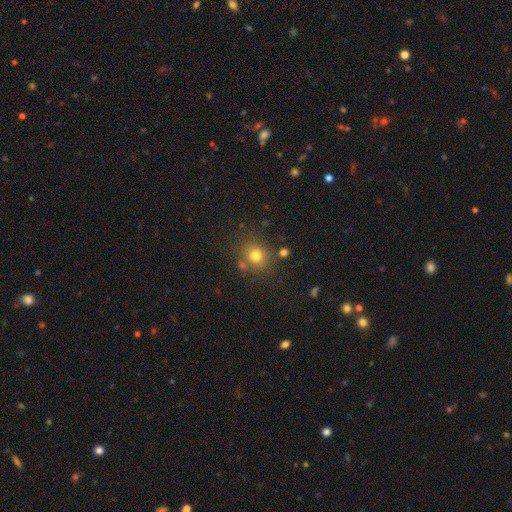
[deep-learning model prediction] Overall: smooth (74%). How rounded: round (76%). Merging: none (74%).